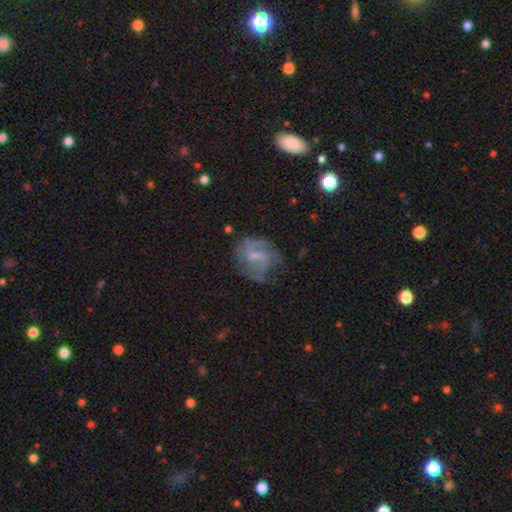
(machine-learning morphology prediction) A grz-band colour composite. It shows a featured or disk galaxy (71%) with a weak bar (55%), 2 (44%) medium (45%) spiral arms (81%) and a small central bulge (45%). Merging: none (54%).